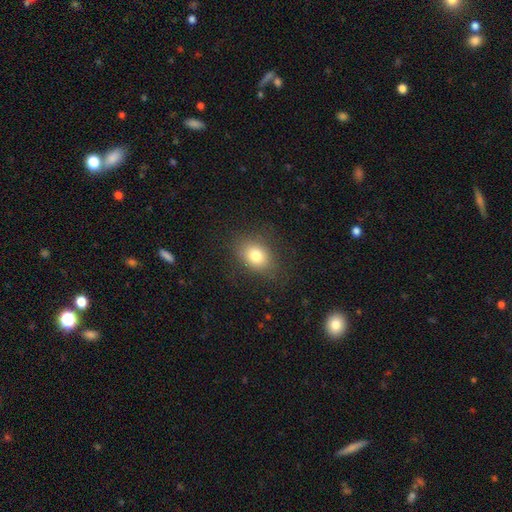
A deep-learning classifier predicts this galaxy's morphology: Smooth or featured: smooth — 79% (star or artifact — 11%)
How rounded: in between — 62% (round — 37%)
Merging: none — 81% (minor disturbance — 13%)